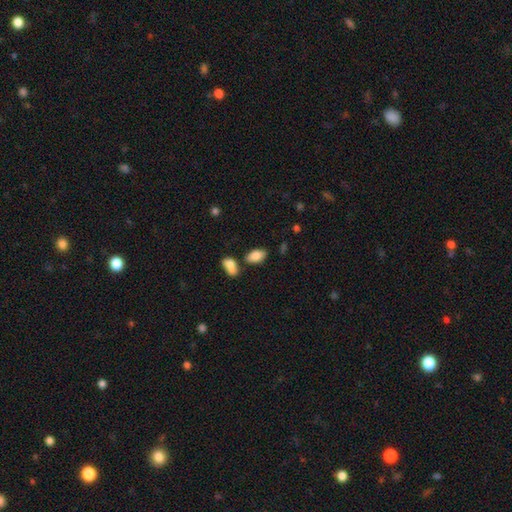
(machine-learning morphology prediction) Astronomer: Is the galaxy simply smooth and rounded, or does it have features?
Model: smooth — 84%.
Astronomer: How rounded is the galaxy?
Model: in between — 92%.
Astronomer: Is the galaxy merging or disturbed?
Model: none — 68%.